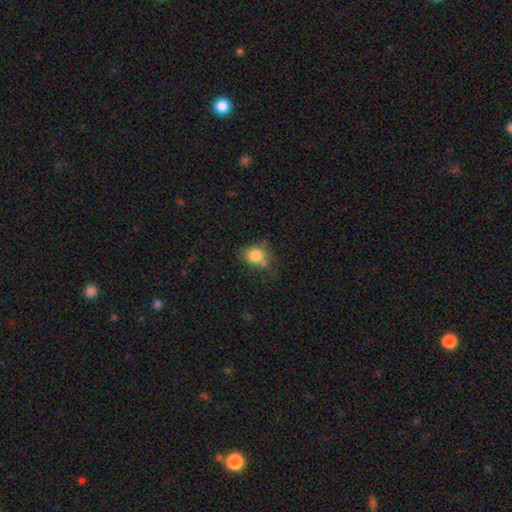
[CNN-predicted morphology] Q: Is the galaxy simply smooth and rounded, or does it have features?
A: smooth — 82%.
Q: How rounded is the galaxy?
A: round — 61%.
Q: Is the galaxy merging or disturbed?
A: none — 52%.